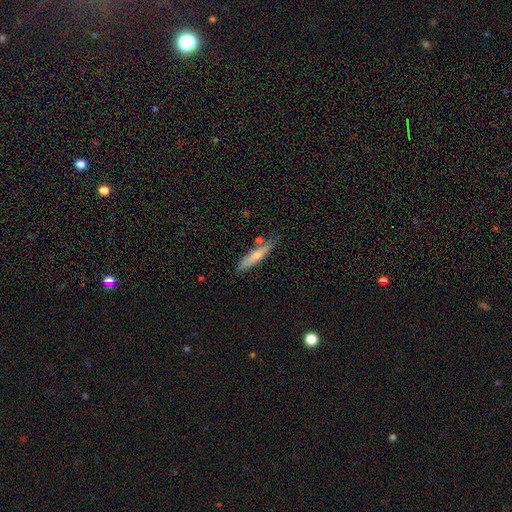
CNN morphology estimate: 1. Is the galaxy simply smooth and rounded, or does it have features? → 63% smooth, 31% featured or disk, 6% star or artifact.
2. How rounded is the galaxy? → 84% cigar-shaped, 14% in between, 2% round.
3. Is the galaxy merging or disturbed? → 76% none, 16% minor disturbance, 6% merger, 3% major disturbance.